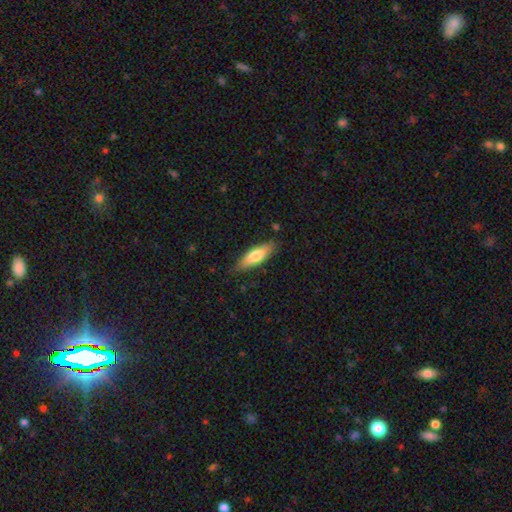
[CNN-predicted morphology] This is likely a smooth galaxy (74%). How rounded: possibly in between (50%). Merging: clearly none (81%).